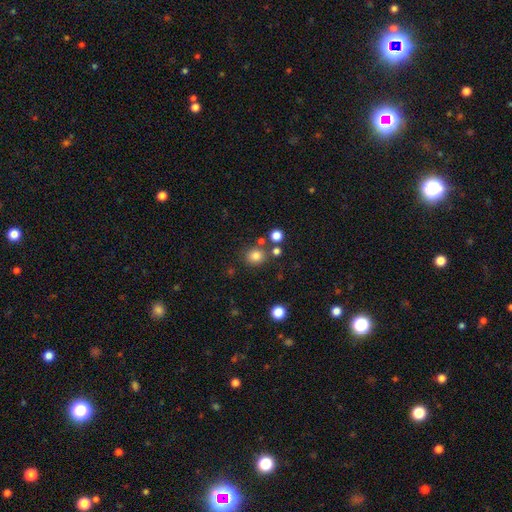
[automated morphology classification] Smooth or featured? smooth (81%)
How rounded? round (84%)
Merging? none (78%)